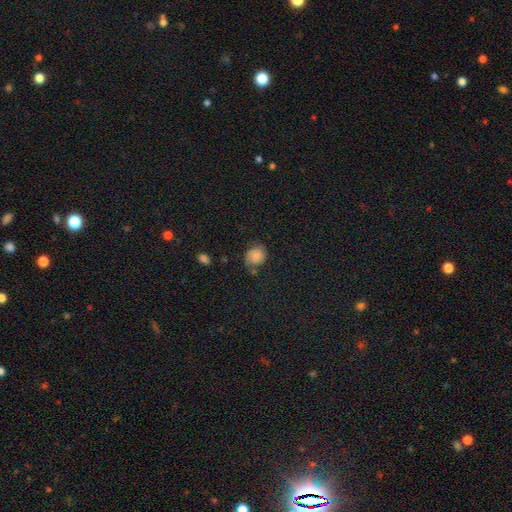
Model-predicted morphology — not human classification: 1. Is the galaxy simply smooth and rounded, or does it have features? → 61% smooth, 27% featured or disk, 12% star or artifact.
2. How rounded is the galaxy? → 65% round, 34% in between, 1% cigar-shaped.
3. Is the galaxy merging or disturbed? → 58% none, 26% minor disturbance, 11% major disturbance, 5% merger.